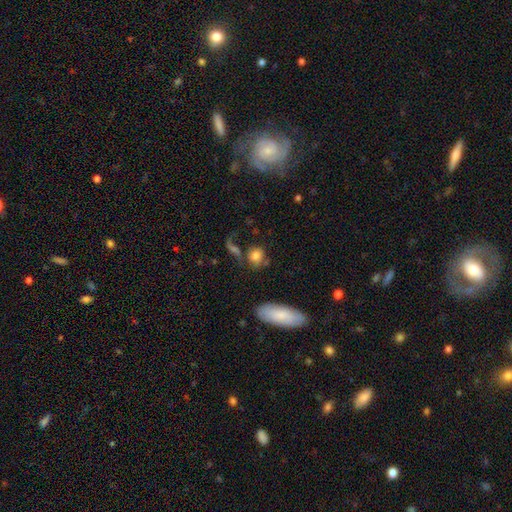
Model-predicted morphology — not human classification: Overall: smooth (76%). How rounded: round (66%; in between 31%). Merging: none (53%; minor disturbance 17%).